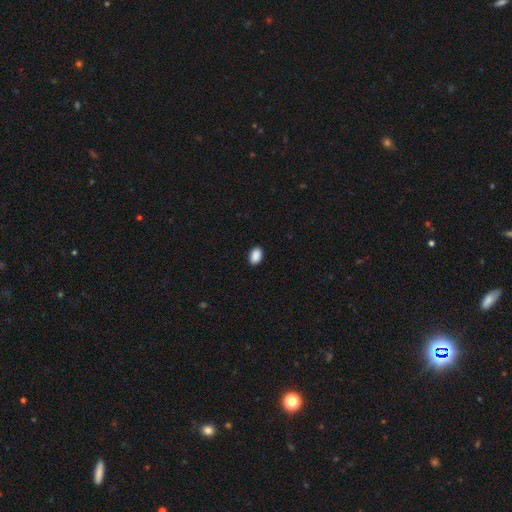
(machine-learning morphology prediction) type=smooth (90%); roundness=in between (86%); merging=none (90%).